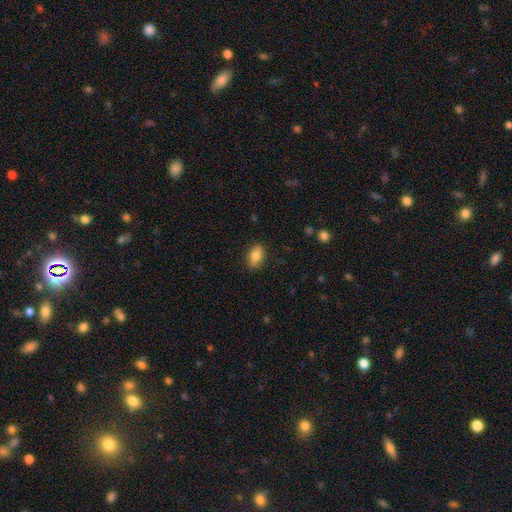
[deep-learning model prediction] Smooth or featured? Predicted: smooth (p=0.82). How rounded? Predicted: in between (p=0.86). Merging? Predicted: none (p=0.86).